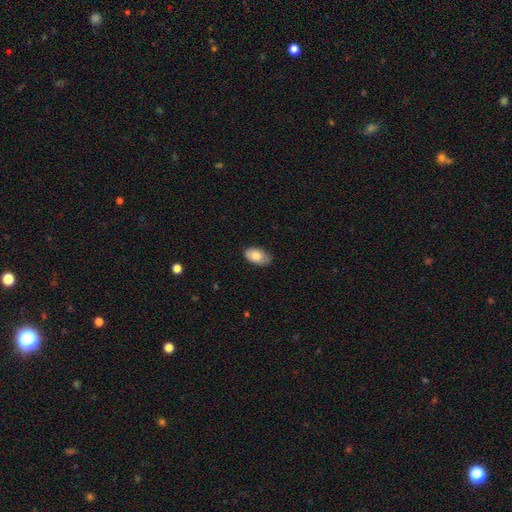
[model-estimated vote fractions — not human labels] smooth 81%, featured or disk 13%, star or artifact 6%. Down the decision tree: how rounded — in between (93%); merging — none (71%).